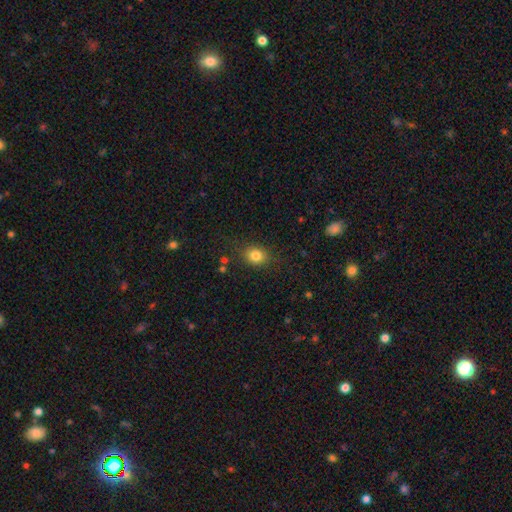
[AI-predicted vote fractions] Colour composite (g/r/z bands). It shows a smooth galaxy with no disk features (82%) that is round (62%). Merging: none (82%).